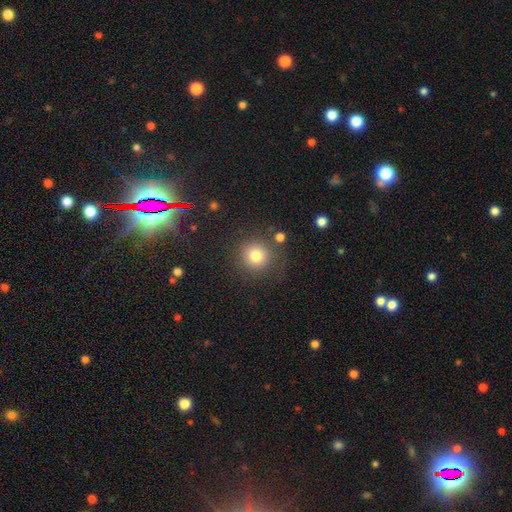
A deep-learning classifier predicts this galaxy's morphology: Q: Smooth or featured?
A: smooth (79%); runner-up: star or artifact (13%)
Q: How rounded?
A: round (93%); runner-up: in between (6%)
Q: Merging?
A: none (81%); runner-up: minor disturbance (10%)